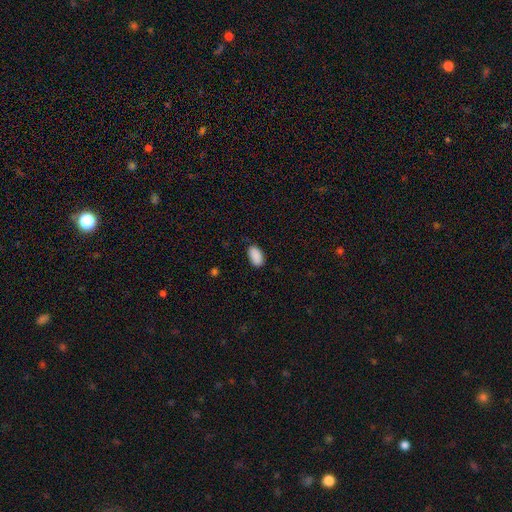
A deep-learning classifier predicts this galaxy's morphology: A smooth galaxy with no disk features (90%) that is in between round and cigar-shaped (94%).

Vote fractions:
- Smooth or featured? smooth: 90% / star or artifact: 7% / featured or disk: 3%
- How rounded? in between: 94% / round: 4% / cigar-shaped: 2%
- Merging? none: 83% / minor disturbance: 13% / major disturbance: 3% / merger: 1%